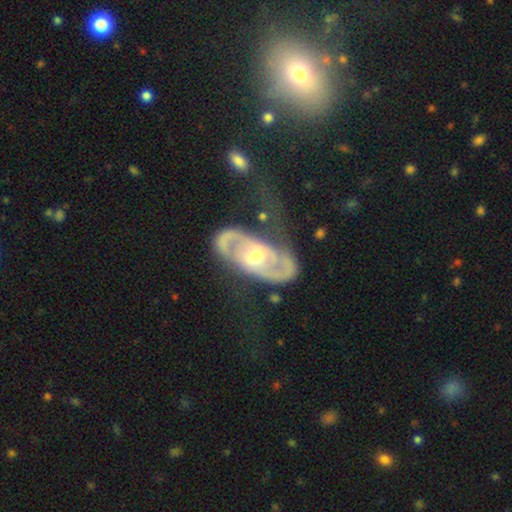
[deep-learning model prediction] This appears to be a featured or disk galaxy (87%) with a weak bar (44%), 2 (88%) medium (50%) spiral arms (91%) and a moderate central bulge (66%). Merging: none (64%).